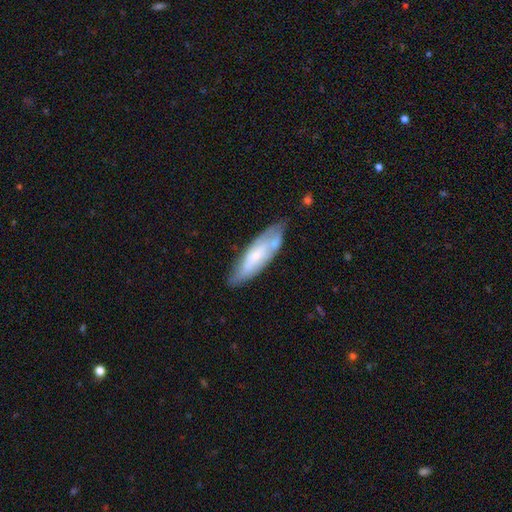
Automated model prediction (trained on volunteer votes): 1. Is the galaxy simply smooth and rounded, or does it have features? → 49% smooth, 44% featured or disk, 7% star or artifact.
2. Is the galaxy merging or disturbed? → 64% none, 24% minor disturbance, 6% major disturbance, 6% merger.